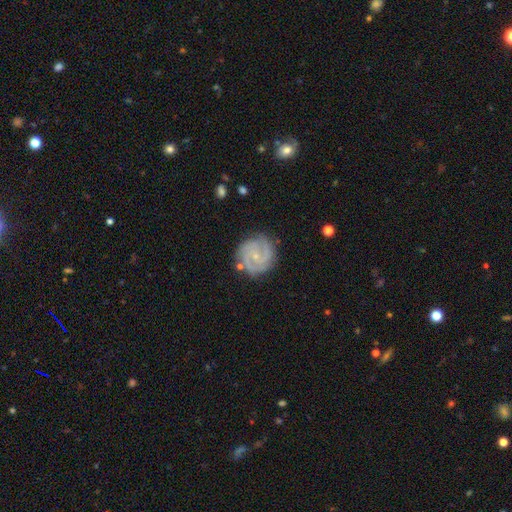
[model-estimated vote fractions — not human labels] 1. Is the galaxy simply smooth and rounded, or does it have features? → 84% featured or disk, 10% smooth, 5% star or artifact.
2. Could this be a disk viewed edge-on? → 98% no, 2% yes.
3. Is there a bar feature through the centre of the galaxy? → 62% no, 32% weak, 6% strong.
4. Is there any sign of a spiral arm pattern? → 96% yes, 4% no.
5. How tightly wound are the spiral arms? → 52% tight, 40% medium, 8% loose.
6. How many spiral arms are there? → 53% 2, 26% 3, 10% can't tell, 4% 4, 3% 1, 3% more than 4.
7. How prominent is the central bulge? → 79% small, 14% moderate, 5% none, 1% large, 1% dominant.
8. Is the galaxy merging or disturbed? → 78% none, 15% minor disturbance, 4% major disturbance, 2% merger.